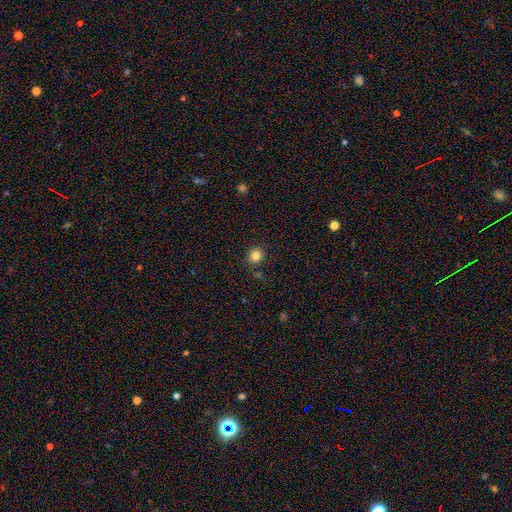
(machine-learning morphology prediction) This is clearly a smooth galaxy (83%). How rounded: clearly round (88%). Merging: clearly none (87%).